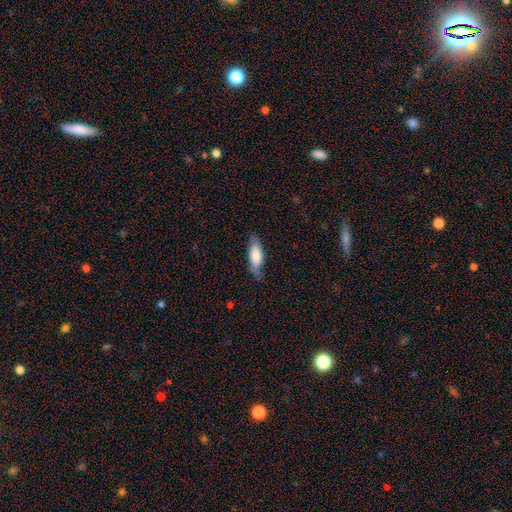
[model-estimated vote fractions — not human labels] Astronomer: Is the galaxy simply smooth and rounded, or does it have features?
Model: smooth — 72%.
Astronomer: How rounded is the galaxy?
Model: in between — 63%.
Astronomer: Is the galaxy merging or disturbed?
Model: none — 72%.